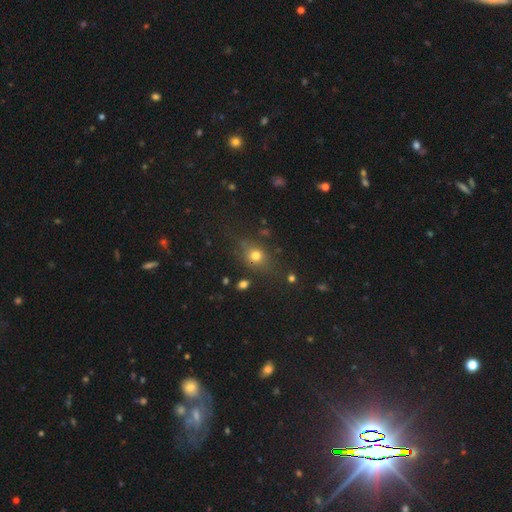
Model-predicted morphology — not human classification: Smooth or featured?
  - smooth: 70% *
  - star or artifact: 17%
  - featured or disk: 12%
How rounded?
  - round: 55% *
  - in between: 42%
  - cigar-shaped: 3%
Merging?
  - none: 74% *
  - minor disturbance: 16%
  - major disturbance: 6%
  - merger: 4%